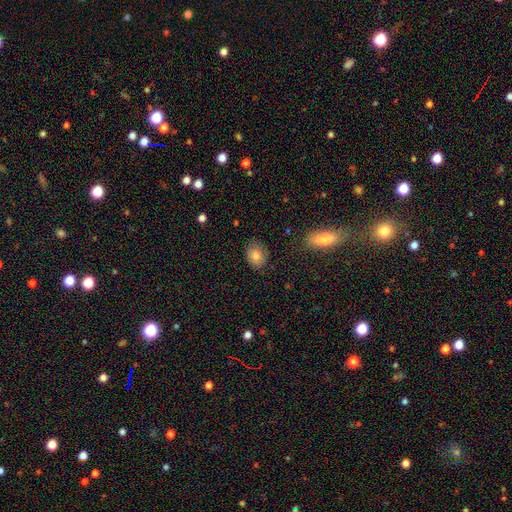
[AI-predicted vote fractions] Smooth or featured? smooth (80%)
How rounded? in between (61%)
Merging? none (82%)